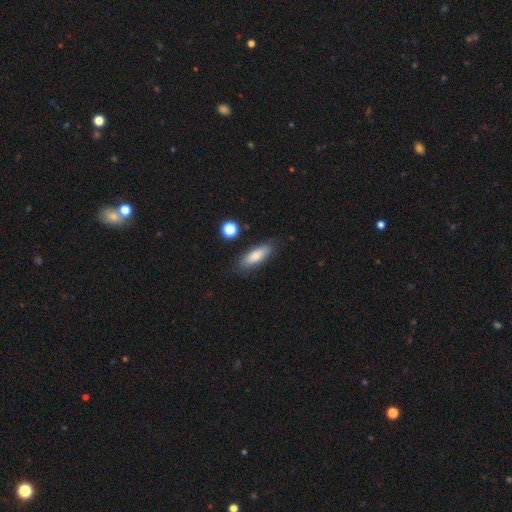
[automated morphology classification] Smooth or featured? Predicted: smooth (p=0.79). How rounded? Predicted: in between (p=0.56). Merging? Predicted: none (p=0.82).